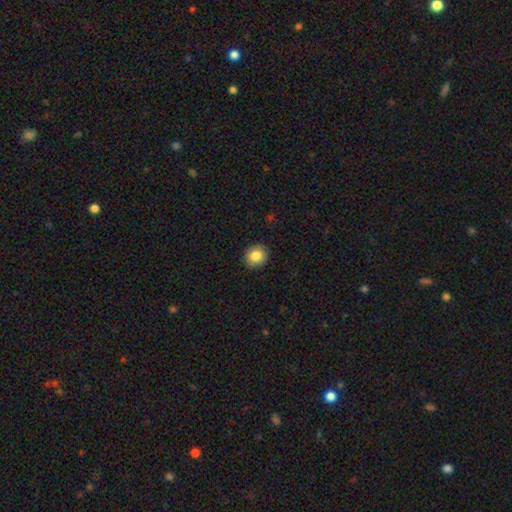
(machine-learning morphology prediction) A smooth galaxy with no disk features (84%) that is round (80%).

Vote fractions:
- Smooth or featured? smooth: 84% / star or artifact: 9% / featured or disk: 7%
- How rounded? round: 80% / in between: 19% / cigar-shaped: 1%
- Merging? none: 90% / minor disturbance: 7% / major disturbance: 2% / merger: 1%